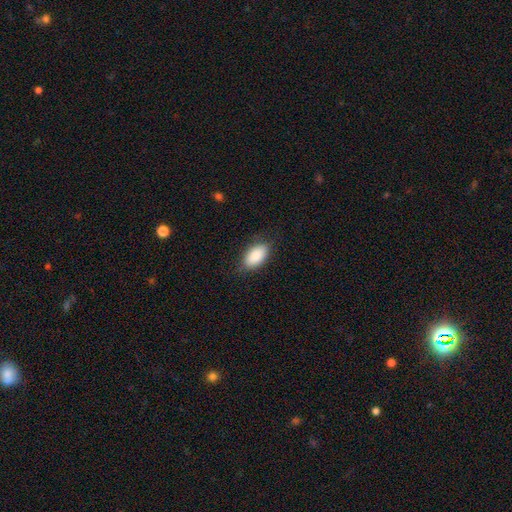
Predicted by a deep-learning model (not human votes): This appears to be a smooth galaxy with no disk features (87%) that is in between round and cigar-shaped (93%). Merging: none (81%).